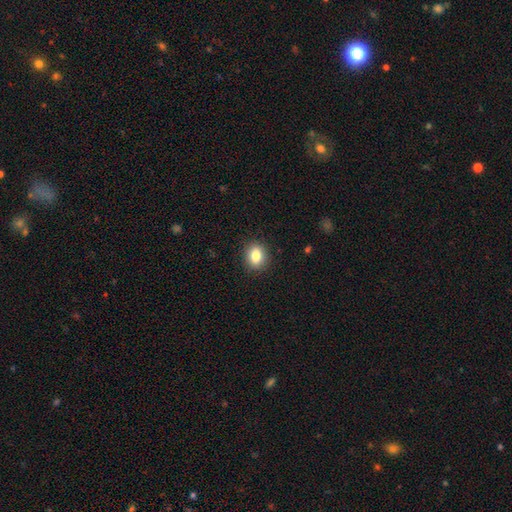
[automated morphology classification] Overall: smooth (83%). How rounded: in between (52%; round 47%). Merging: none (89%).